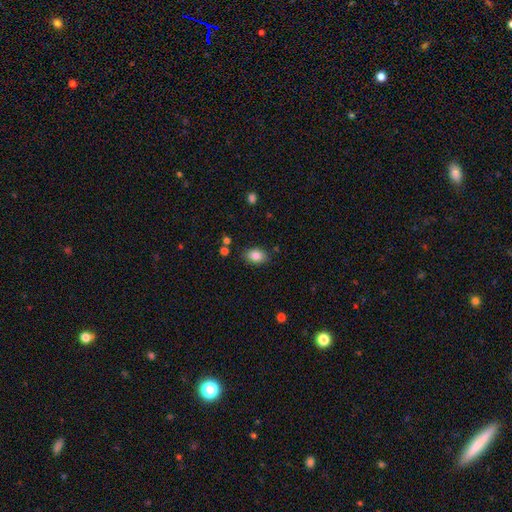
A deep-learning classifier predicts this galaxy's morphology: smooth_or_featured: smooth (p=0.85) [alt: star or artifact p=0.08]
how_rounded: in between (p=0.81) [alt: round p=0.17]
merging: none (p=0.82) [alt: minor disturbance p=0.12]